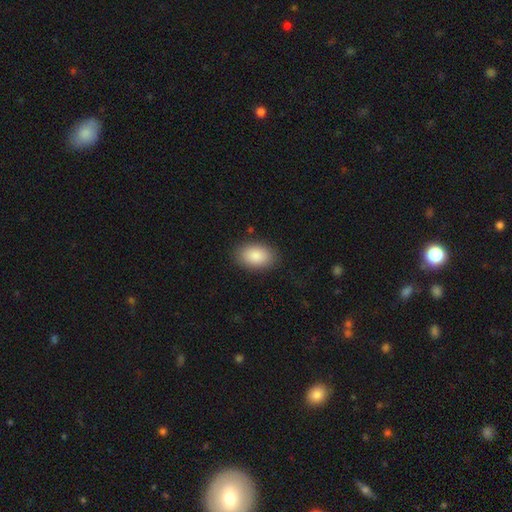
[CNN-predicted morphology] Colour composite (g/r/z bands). It shows a smooth galaxy with no disk features (87%) that is in between round and cigar-shaped (88%). Merging: none (86%).